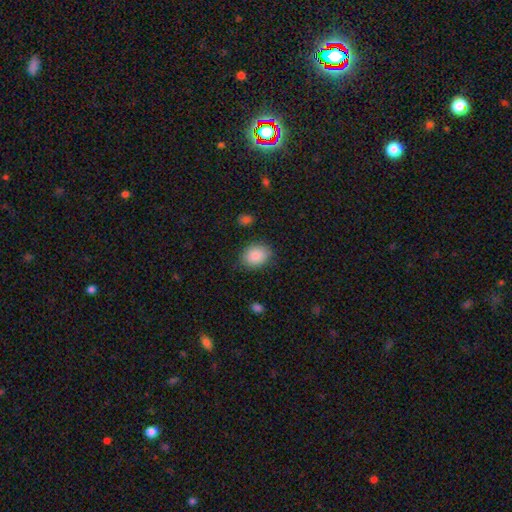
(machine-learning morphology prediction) A smooth galaxy with no disk features (88%) that is in between round and cigar-shaped (58%).

Vote fractions:
- Smooth or featured? smooth: 88% / star or artifact: 7% / featured or disk: 5%
- How rounded? in between: 58% / round: 41% / cigar-shaped: 1%
- Merging? none: 83% / minor disturbance: 12% / major disturbance: 3% / merger: 1%